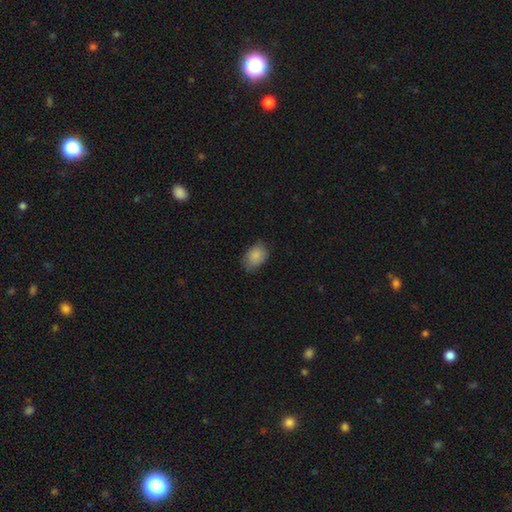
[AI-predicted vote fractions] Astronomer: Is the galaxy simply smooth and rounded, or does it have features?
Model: smooth — 87%.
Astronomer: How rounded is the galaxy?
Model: in between — 77%.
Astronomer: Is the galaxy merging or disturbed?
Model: none — 71%.